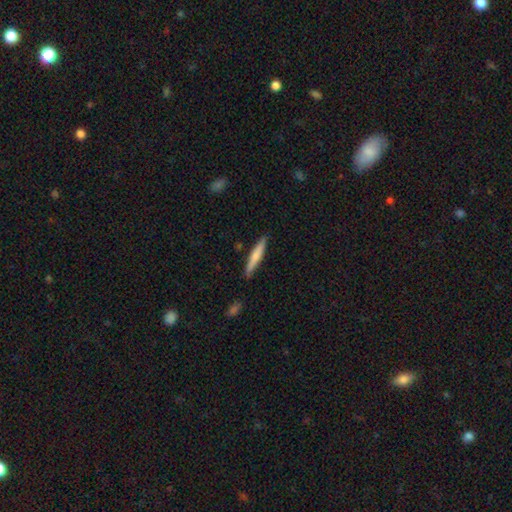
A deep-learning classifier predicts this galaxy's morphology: A smooth galaxy with no disk features (67%) that is cigar-shaped (93%). Merging: none (87%).